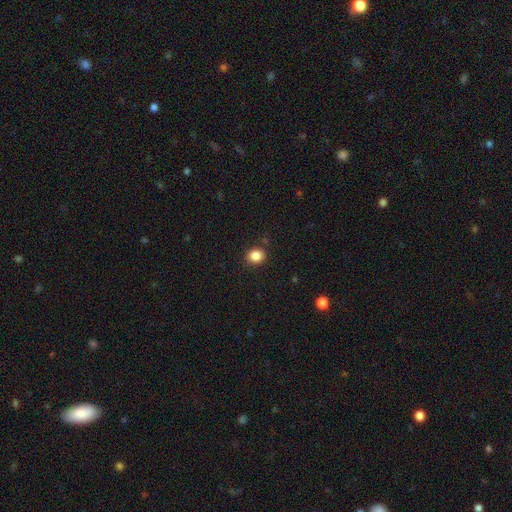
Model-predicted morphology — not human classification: smooth_or_featured: smooth (p=0.86) [alt: star or artifact p=0.10]
how_rounded: round (p=0.66) [alt: in between p=0.33]
merging: none (p=0.87) [alt: minor disturbance p=0.09]